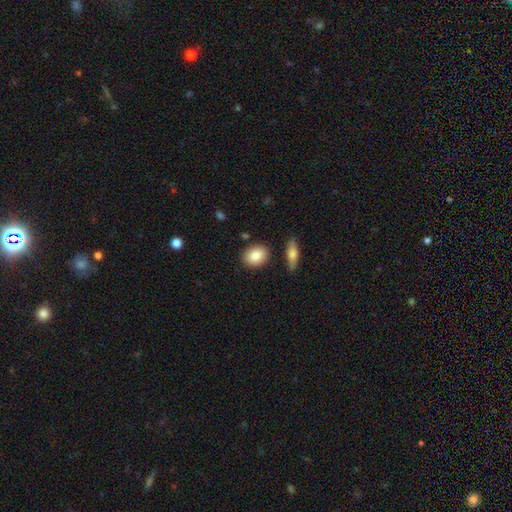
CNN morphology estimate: Smooth or featured: smooth — 85% (featured or disk — 8%)
How rounded: in between — 59% (round — 39%)
Merging: none — 84% (minor disturbance — 9%)